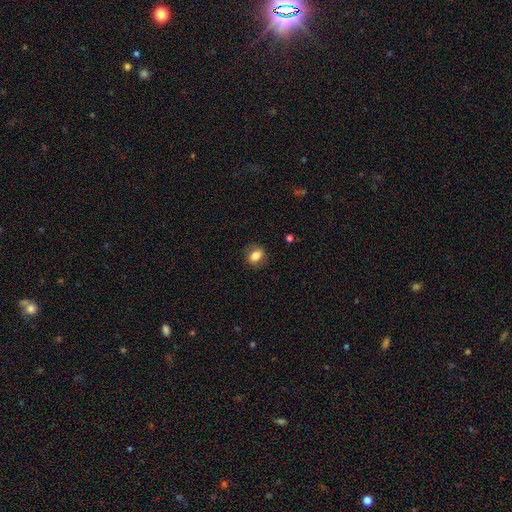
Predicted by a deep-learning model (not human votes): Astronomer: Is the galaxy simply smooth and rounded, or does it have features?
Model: smooth — 80%.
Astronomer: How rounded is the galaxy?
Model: in between — 60% (runner-up: round, 39%).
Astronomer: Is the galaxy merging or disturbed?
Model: none — 82%.